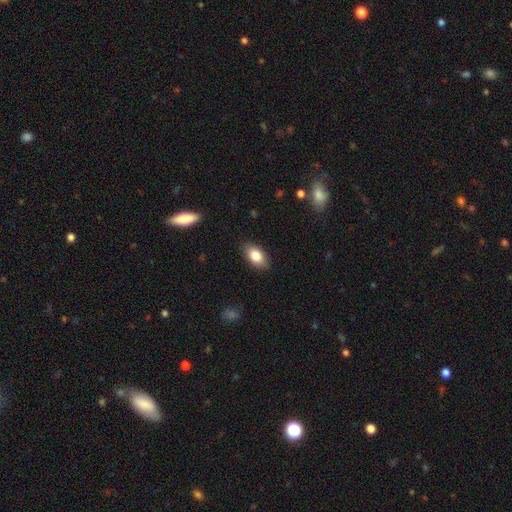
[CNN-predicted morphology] smooth-or-featured: smooth: 84% | featured or disk: 9% | star or artifact: 7%
  how-rounded: in between: 91% | round: 6% | cigar-shaped: 3%
  merging: none: 86% | minor disturbance: 10% | major disturbance: 2% | merger: 1%